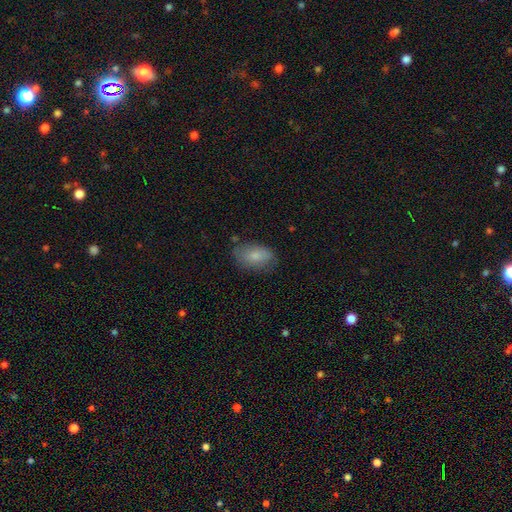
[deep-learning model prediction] Smooth or featured? smooth (78%)
How rounded? in between (91%)
Merging? none (70%)